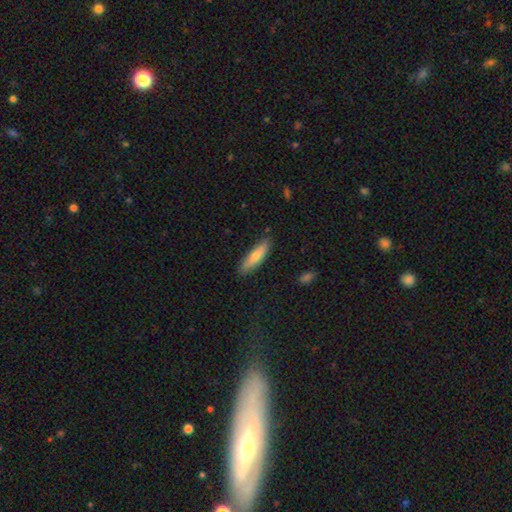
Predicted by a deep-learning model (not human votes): Q: Smooth or featured?
A: smooth (69%); runner-up: featured or disk (25%)
Q: How rounded?
A: cigar-shaped (74%); runner-up: in between (25%)
Q: Merging?
A: none (86%); runner-up: minor disturbance (11%)